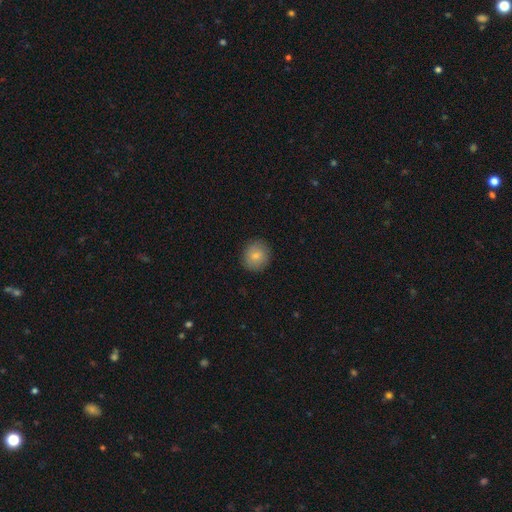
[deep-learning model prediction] Smooth or featured? smooth (83%)
How rounded? round (85%)
Merging? none (89%)